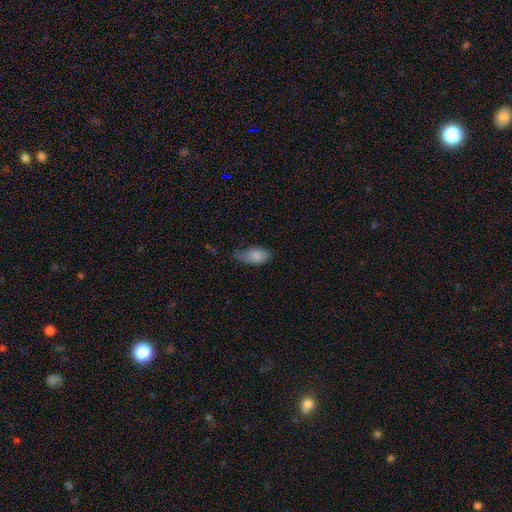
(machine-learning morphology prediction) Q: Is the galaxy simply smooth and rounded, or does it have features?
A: smooth — 84%.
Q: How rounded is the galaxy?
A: in between — 93%.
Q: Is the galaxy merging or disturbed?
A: none — 43%, tied with minor disturbance.